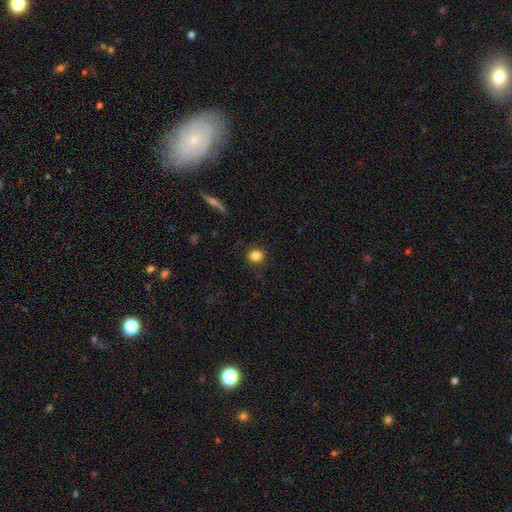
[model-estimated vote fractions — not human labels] smooth-or-featured: smooth: 84% | star or artifact: 10% | featured or disk: 6%
  how-rounded: round: 83% | in between: 16% | cigar-shaped: 1%
  merging: none: 88% | minor disturbance: 8% | major disturbance: 2% | merger: 1%